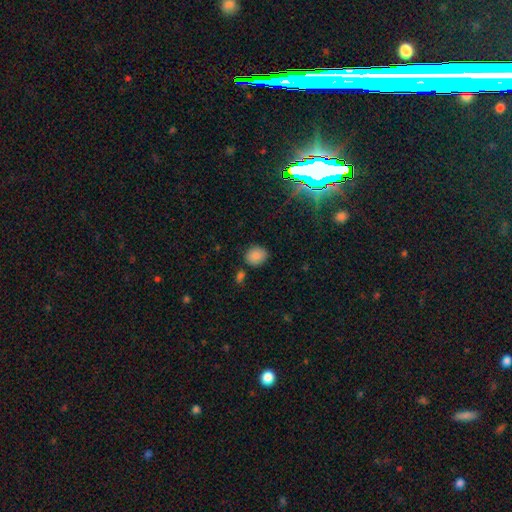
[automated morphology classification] smooth 85%, star or artifact 11%, featured or disk 4%. Down the decision tree: how rounded — round (65%); merging — none (79%).